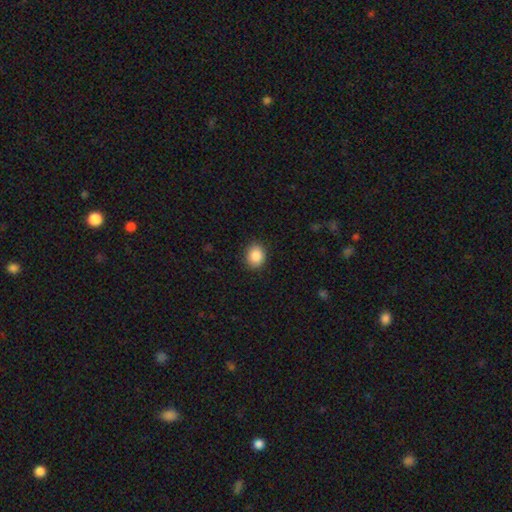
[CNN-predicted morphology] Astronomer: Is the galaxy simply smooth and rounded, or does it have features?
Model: smooth — 88%.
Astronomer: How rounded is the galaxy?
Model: round — 63%.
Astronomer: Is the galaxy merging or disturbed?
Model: none — 88%.